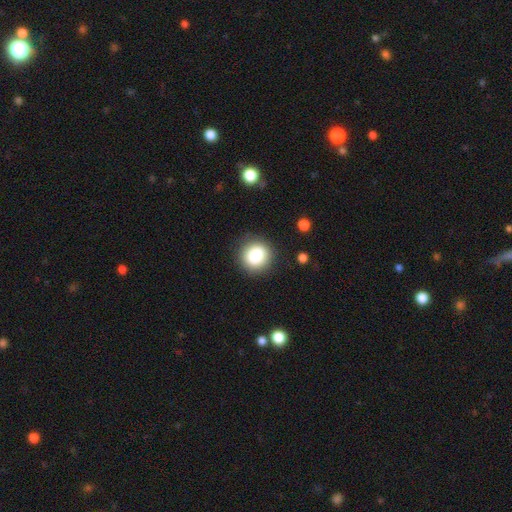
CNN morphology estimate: smooth_or_featured: smooth (p=0.82) [alt: star or artifact p=0.10]
how_rounded: round (p=0.89) [alt: in between p=0.10]
merging: none (p=0.88) [alt: minor disturbance p=0.08]